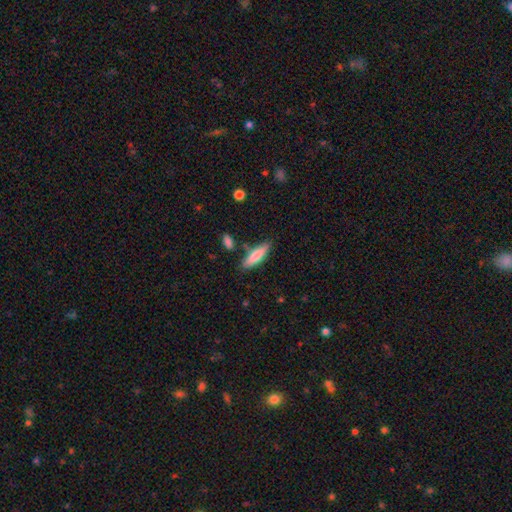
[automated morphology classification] The model was most divided on "how rounded": cigar-shaped: 61%, in between: 37%, round: 2%. More confident: smooth or featured — smooth (79%); merging — none (75%).